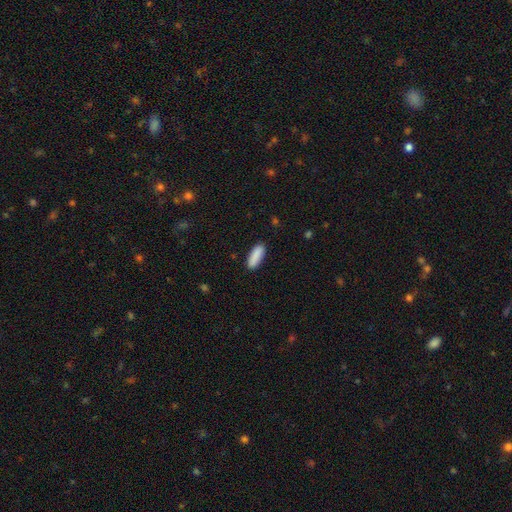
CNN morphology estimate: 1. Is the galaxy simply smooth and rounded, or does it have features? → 90% smooth, 6% star or artifact, 4% featured or disk.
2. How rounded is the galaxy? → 60% in between, 38% cigar-shaped, 2% round.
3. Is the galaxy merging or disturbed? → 88% none, 9% minor disturbance, 2% major disturbance, 1% merger.